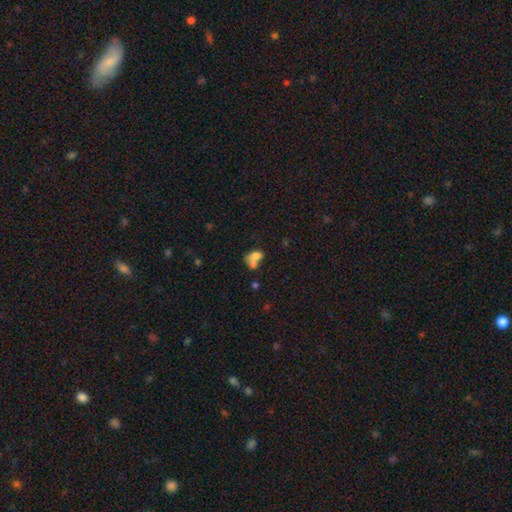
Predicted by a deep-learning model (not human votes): smooth_or_featured: smooth (p=0.68) [alt: featured or disk p=0.19]
how_rounded: in between (p=0.72) [alt: round p=0.25]
merging: merger (p=0.55) [alt: none p=0.20]